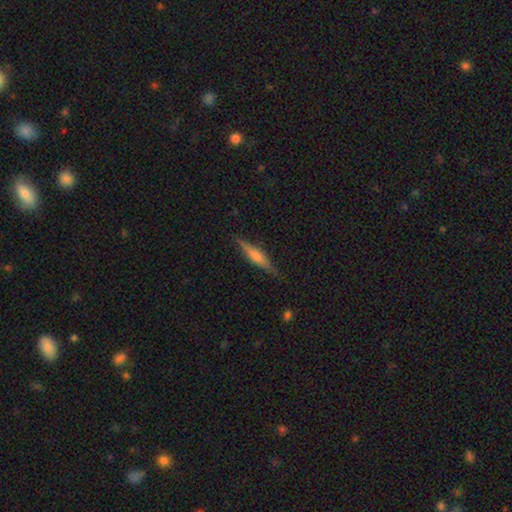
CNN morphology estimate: A featured or disk galaxy (68%) viewed edge-on (98%) with a rounded central bulge (74%). Merging: none (89%).